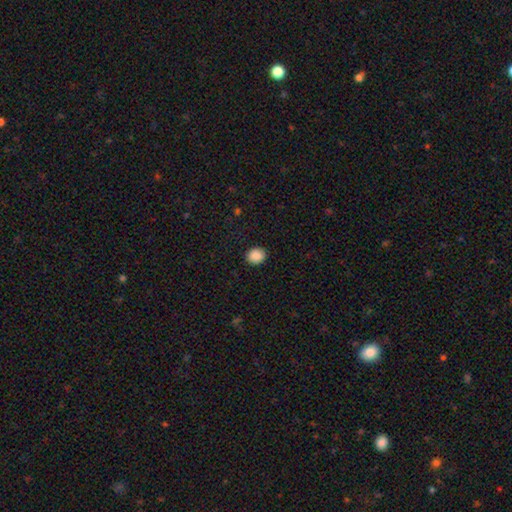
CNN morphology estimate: The model was most divided on "how rounded": round: 71%, in between: 29%, cigar-shaped: 1%. More confident: merging — none (91%); smooth or featured — smooth (88%).